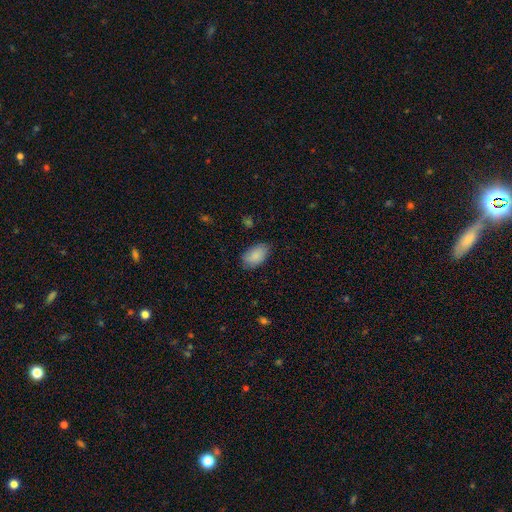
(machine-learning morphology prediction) Smooth or featured: smooth — 87% (star or artifact — 6%)
How rounded: in between — 94% (round — 4%)
Merging: none — 80% (minor disturbance — 16%)